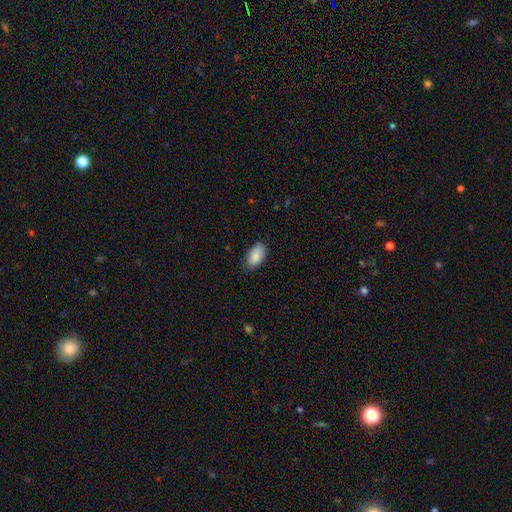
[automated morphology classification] This is clearly a smooth galaxy (88%). How rounded: clearly in between (94%). Merging: clearly none (82%).